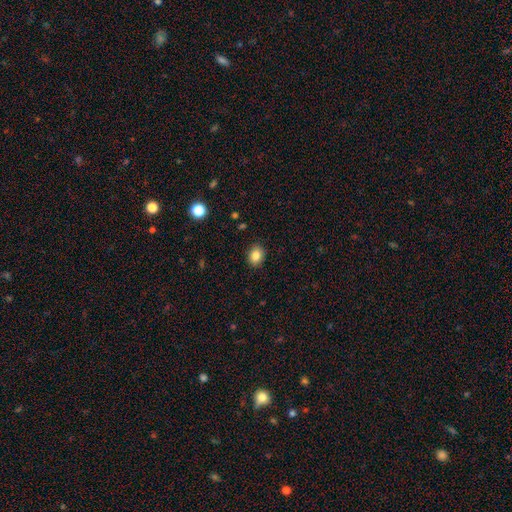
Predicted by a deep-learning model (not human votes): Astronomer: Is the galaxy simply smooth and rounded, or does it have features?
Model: smooth — 84%.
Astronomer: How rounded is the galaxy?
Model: in between — 55% (runner-up: round, 44%).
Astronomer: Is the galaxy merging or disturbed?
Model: none — 89%.